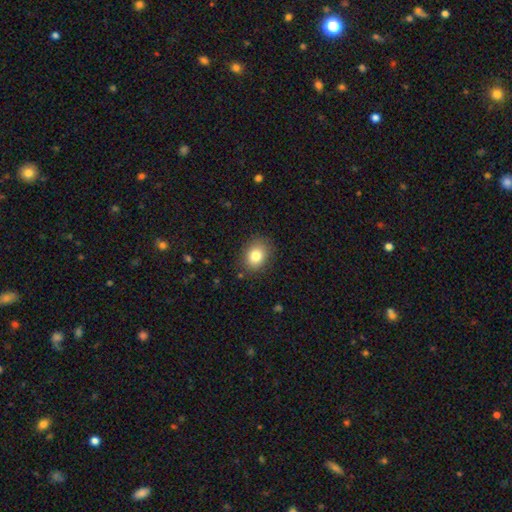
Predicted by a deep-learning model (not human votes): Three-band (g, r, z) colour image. It shows a smooth galaxy with no disk features (81%) that is in between round and cigar-shaped (51%). Merging: none (85%).